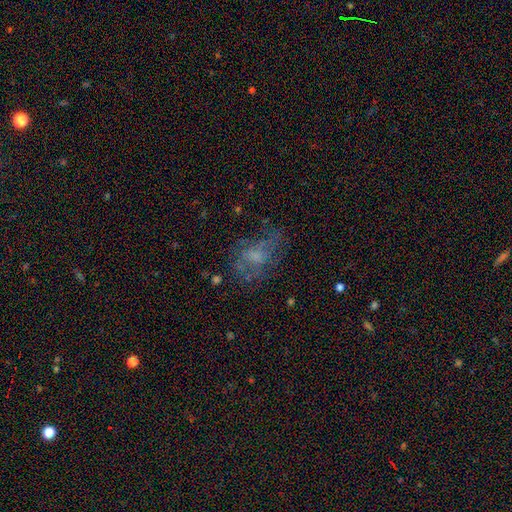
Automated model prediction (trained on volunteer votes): Smooth or featured? Predicted: featured or disk (p=0.45). Merging? Predicted: none (p=0.50).